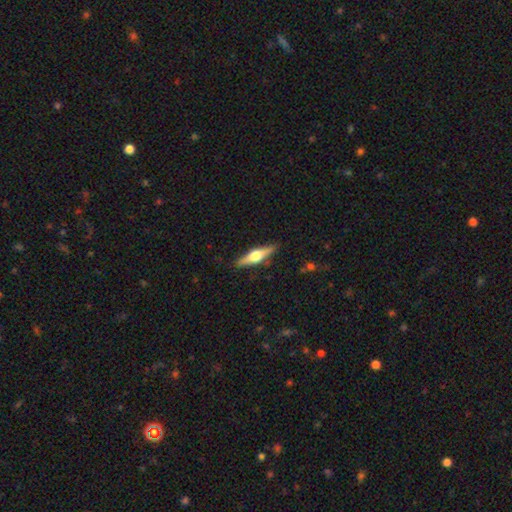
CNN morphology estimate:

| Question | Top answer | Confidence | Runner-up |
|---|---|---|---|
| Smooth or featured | featured or disk | 63% | smooth (31%) |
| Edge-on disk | yes | 96% | no (4%) |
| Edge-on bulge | rounded | 94% | boxy (4%) |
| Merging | none | 88% | minor disturbance (9%) |